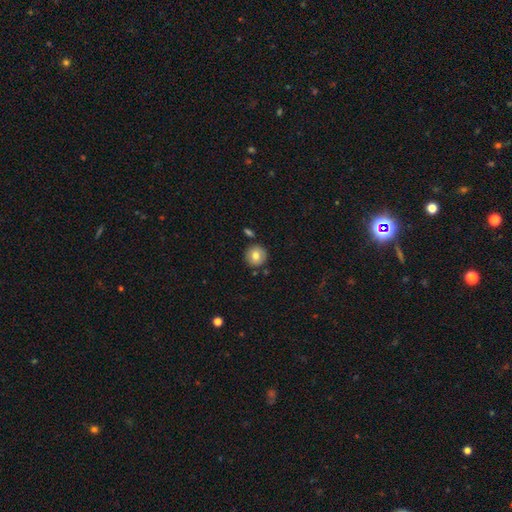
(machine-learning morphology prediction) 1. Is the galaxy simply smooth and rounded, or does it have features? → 77% smooth, 14% featured or disk, 9% star or artifact.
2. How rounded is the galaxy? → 94% round, 5% in between, 1% cigar-shaped.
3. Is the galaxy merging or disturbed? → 86% none, 8% minor disturbance, 4% merger, 2% major disturbance.